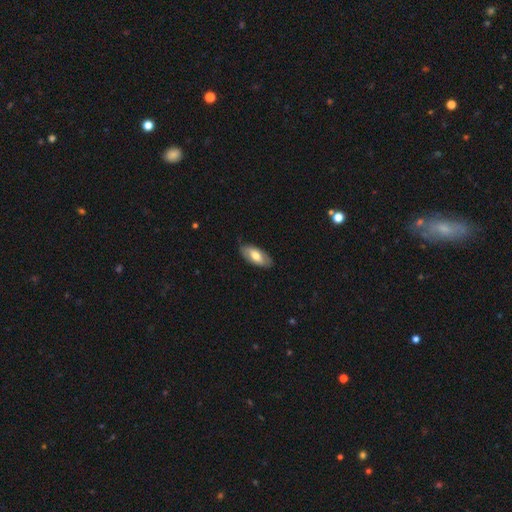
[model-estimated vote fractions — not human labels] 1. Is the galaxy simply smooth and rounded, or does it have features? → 61% smooth, 33% featured or disk, 6% star or artifact.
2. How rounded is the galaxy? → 89% in between, 8% cigar-shaped, 2% round.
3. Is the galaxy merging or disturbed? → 82% none, 14% minor disturbance, 3% major disturbance, 1% merger.